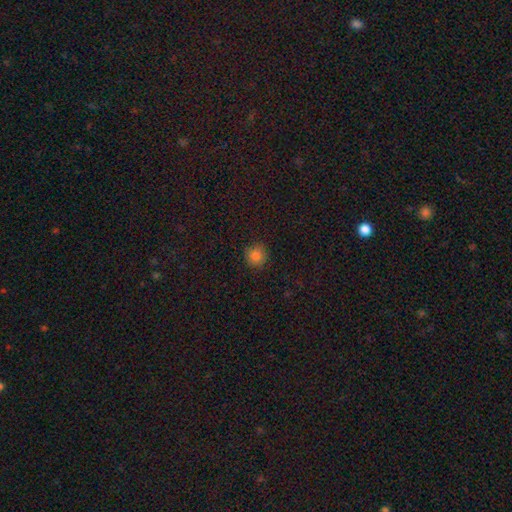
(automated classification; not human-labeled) This is clearly a smooth galaxy (83%). How rounded: clearly round (91%). Merging: clearly none (87%).